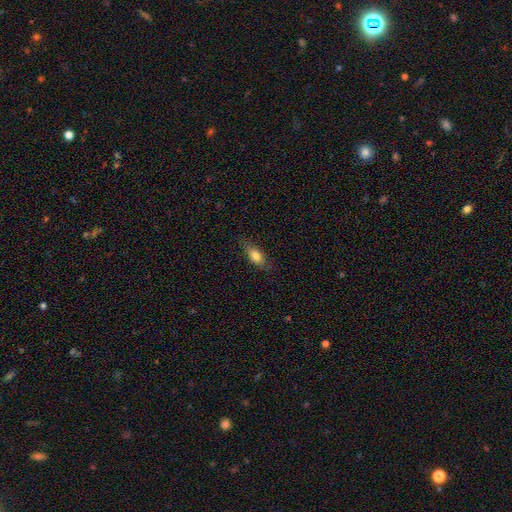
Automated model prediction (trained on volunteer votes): Smooth or featured: smooth — 74% (featured or disk — 19%)
How rounded: in between — 75% (cigar-shaped — 20%)
Merging: none — 76% (minor disturbance — 19%)